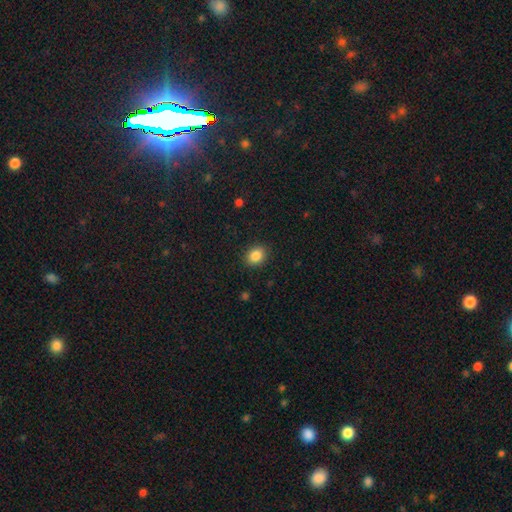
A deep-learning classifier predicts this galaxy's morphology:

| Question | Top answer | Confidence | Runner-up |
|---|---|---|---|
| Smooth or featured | smooth | 86% | star or artifact (9%) |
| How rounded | round | 53% | in between (47%) |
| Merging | none | 89% | minor disturbance (8%) |